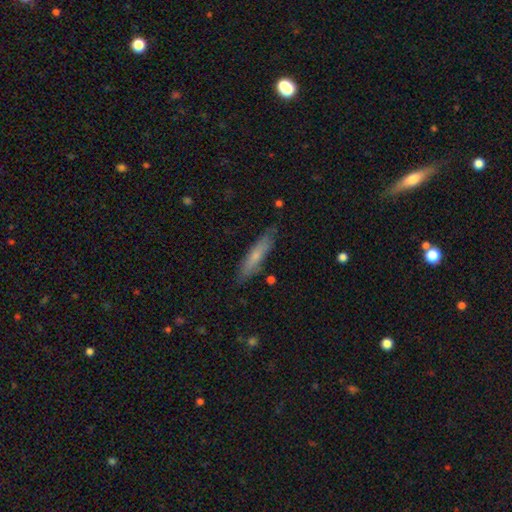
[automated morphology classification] Smooth or featured: smooth — 63% (featured or disk — 31%)
How rounded: cigar-shaped — 84% (in between — 14%)
Merging: none — 81% (minor disturbance — 15%)